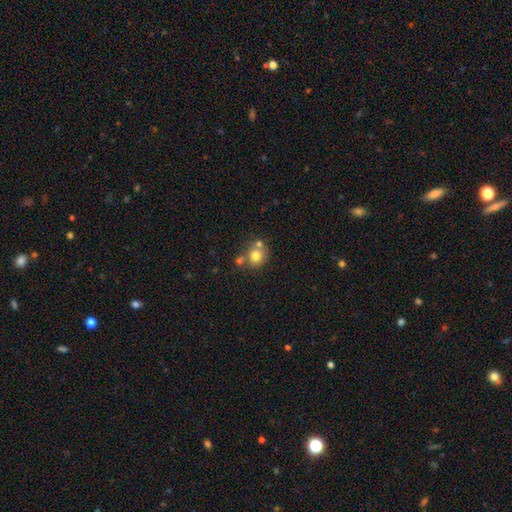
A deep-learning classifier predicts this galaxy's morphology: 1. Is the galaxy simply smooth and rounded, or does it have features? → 74% smooth, 14% featured or disk, 12% star or artifact.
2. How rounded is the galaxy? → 81% round, 18% in between, 1% cigar-shaped.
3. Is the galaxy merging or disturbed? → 55% none, 31% merger, 10% minor disturbance, 4% major disturbance.